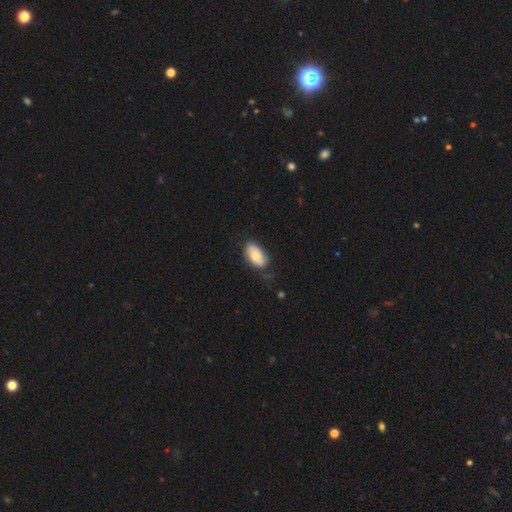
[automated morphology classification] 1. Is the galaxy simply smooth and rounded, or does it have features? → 69% smooth, 24% featured or disk, 6% star or artifact.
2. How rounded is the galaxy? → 93% in between, 4% round, 3% cigar-shaped.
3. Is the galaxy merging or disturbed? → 62% none, 29% minor disturbance, 7% major disturbance, 2% merger.